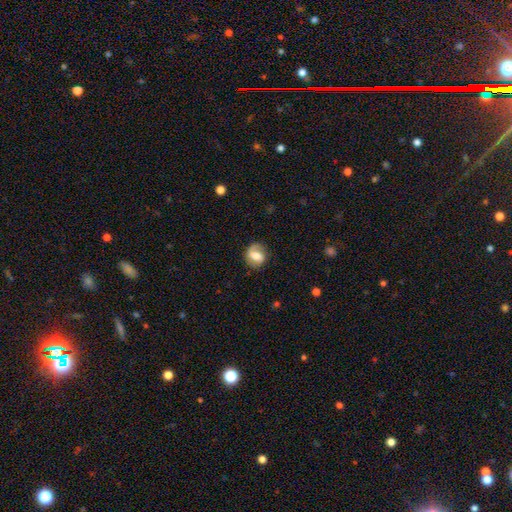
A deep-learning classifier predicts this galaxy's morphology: Q: Smooth or featured?
A: smooth (51%); runner-up: featured or disk (40%)
Q: How rounded?
A: round (59%); runner-up: in between (40%)
Q: Merging?
A: none (67%); runner-up: minor disturbance (21%)